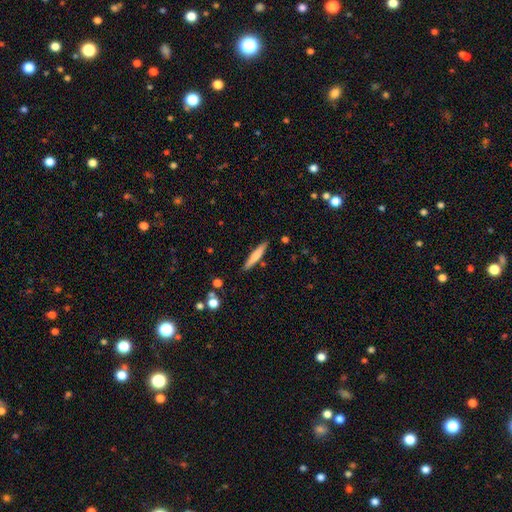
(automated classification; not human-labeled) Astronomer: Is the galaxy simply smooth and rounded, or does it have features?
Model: smooth — 69%.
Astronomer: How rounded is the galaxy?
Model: cigar-shaped — 92%.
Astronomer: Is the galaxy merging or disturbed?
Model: none — 87%.